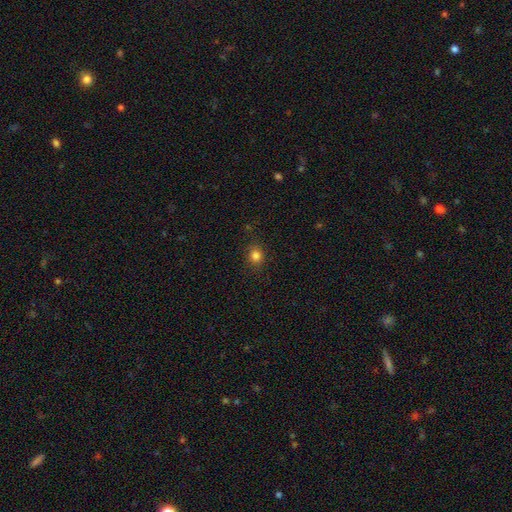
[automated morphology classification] A smooth galaxy with no disk features (82%) that is round (69%).

Vote fractions:
- Smooth or featured? smooth: 82% / star or artifact: 13% / featured or disk: 5%
- How rounded? round: 69% / in between: 30% / cigar-shaped: 1%
- Merging? none: 86% / minor disturbance: 10% / major disturbance: 3% / merger: 1%